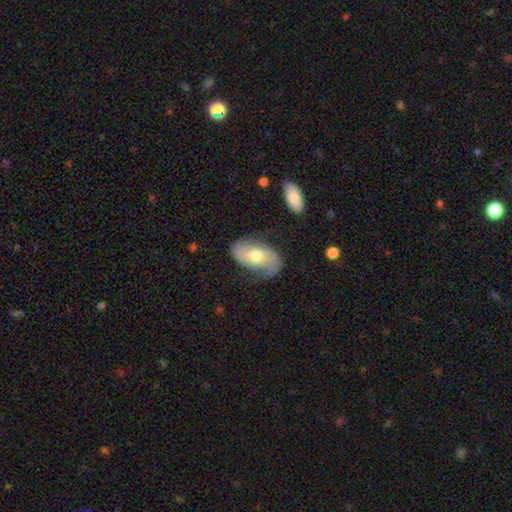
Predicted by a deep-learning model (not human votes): Smooth or featured? Predicted: featured or disk (p=0.59). Edge-on disk? Predicted: no (p=0.93). Bar? Predicted: no (p=0.64). Spiral arms? Predicted: yes (p=0.80). Bulge size? Predicted: moderate (p=0.74). Merging? Predicted: none (p=0.62).